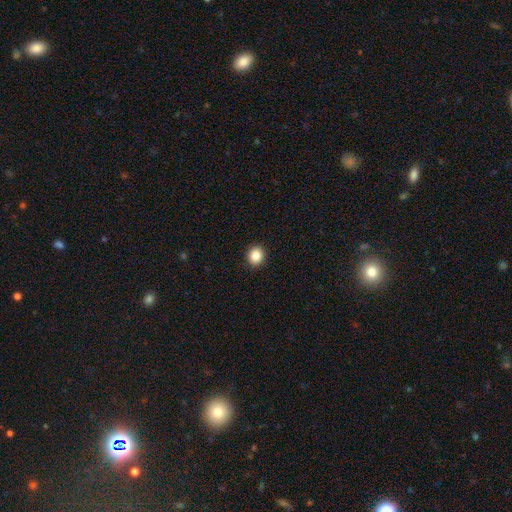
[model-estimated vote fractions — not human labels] Smooth or featured? Predicted: smooth (p=0.87). How rounded? Predicted: round (p=0.82). Merging? Predicted: none (p=0.92).